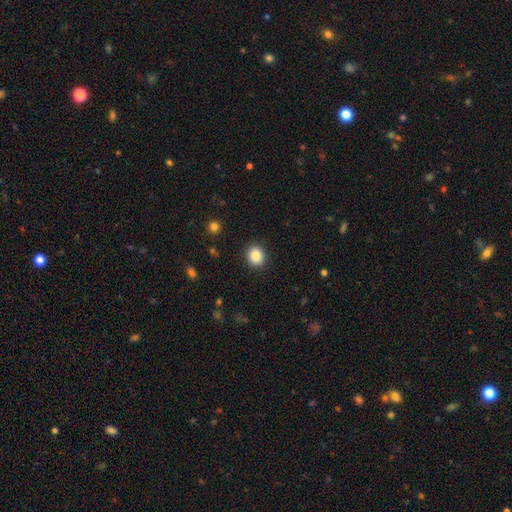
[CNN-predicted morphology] Smooth or featured?
  - smooth: 87% *
  - star or artifact: 9%
  - featured or disk: 4%
How rounded?
  - round: 70% *
  - in between: 29%
  - cigar-shaped: 1%
Merging?
  - none: 90% *
  - minor disturbance: 7%
  - major disturbance: 3%
  - merger: 1%